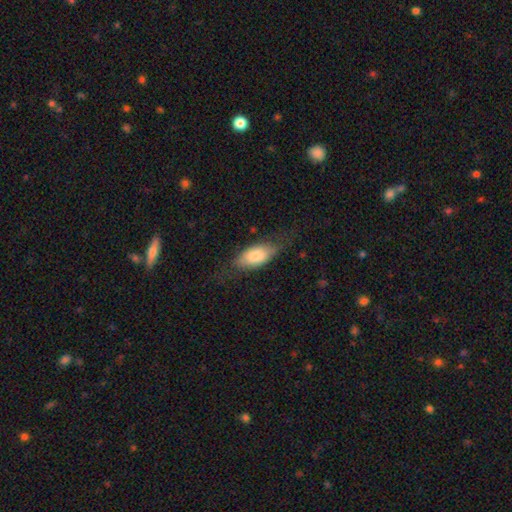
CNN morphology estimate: smooth 77%, featured or disk 17%, star or artifact 6%. Down the decision tree: how rounded — in between (89%); merging — none (62%).